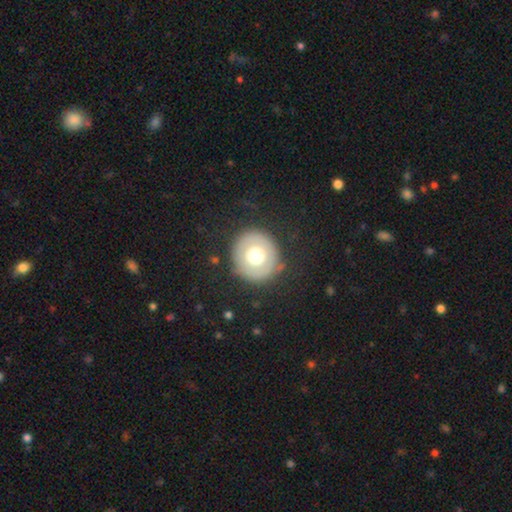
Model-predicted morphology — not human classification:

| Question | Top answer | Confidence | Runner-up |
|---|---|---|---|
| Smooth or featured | smooth | 57% | featured or disk (35%) |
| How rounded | round | 93% | in between (6%) |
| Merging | none | 82% | minor disturbance (11%) |